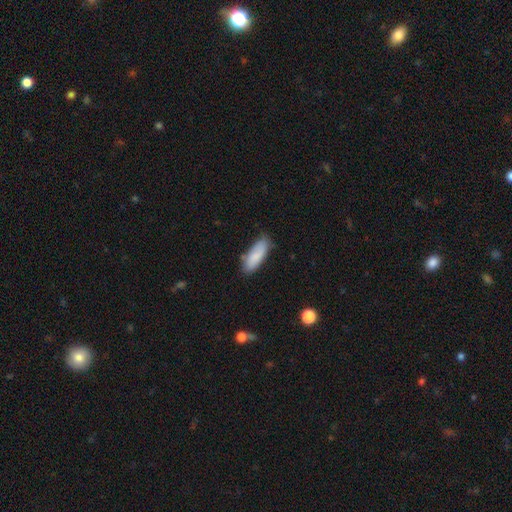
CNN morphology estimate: Overall: smooth (85%). How rounded: in between (68%; cigar-shaped 30%). Merging: none (73%).